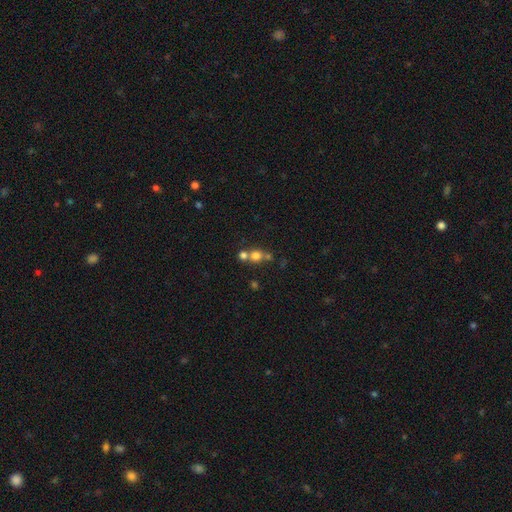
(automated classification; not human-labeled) Smooth or featured? Predicted: smooth (p=0.70). How rounded? Predicted: round (p=0.85). Merging? Predicted: none (p=0.45).